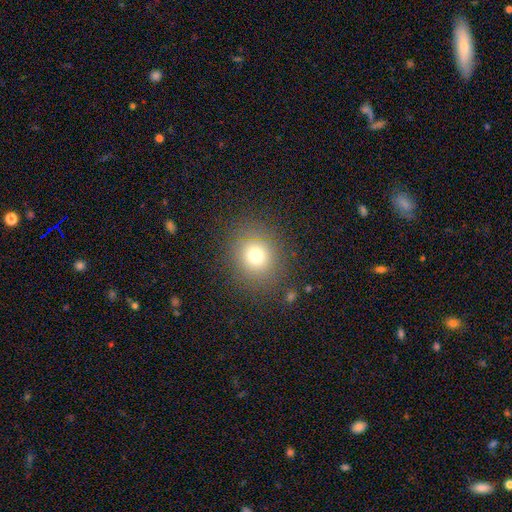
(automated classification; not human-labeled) The model was most divided on "smooth or featured": smooth: 73%, star or artifact: 17%, featured or disk: 10%. More confident: merging — none (85%); how rounded — round (83%).